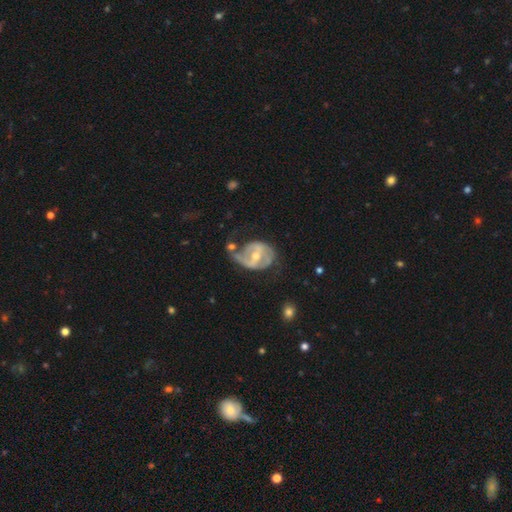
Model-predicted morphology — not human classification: A featured or disk galaxy (75%) with a weak bar (42%), spiral arms (67%) and a moderate central bulge (62%). Merging: none (38%).